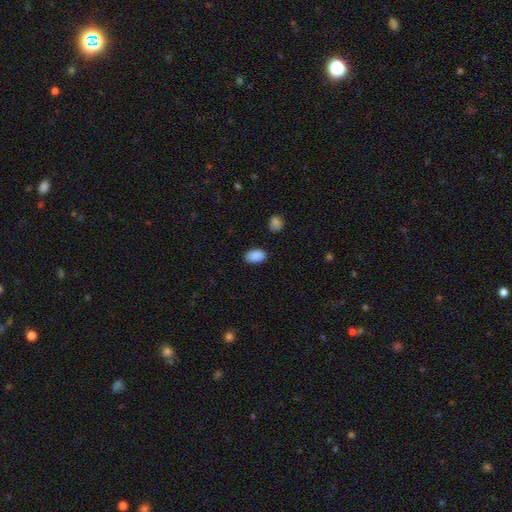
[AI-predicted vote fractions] Smooth or featured: smooth — 90% (star or artifact — 7%)
How rounded: in between — 92% (round — 6%)
Merging: none — 87% (minor disturbance — 9%)